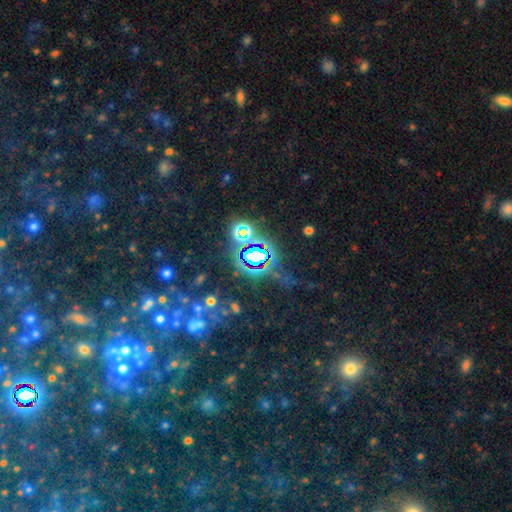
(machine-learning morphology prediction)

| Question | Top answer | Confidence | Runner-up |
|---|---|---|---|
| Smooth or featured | star or artifact | 76% | smooth (12%) |